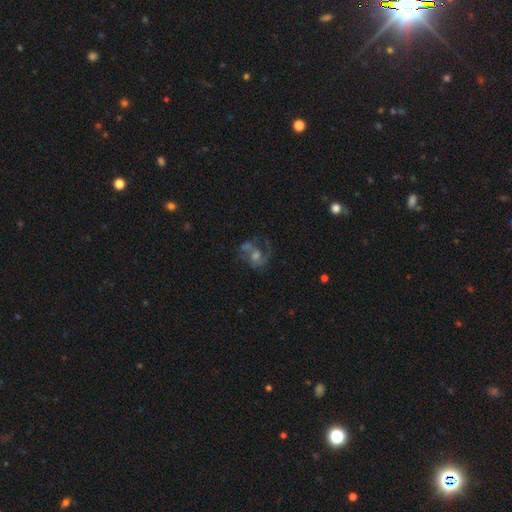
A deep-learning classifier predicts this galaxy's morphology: smooth-or-featured: featured or disk: 65% | smooth: 19% | star or artifact: 15%
  disk-edge-on: no: 97% | yes: 3%
    bar: no: 67% | weak: 28% | strong: 5%
    has-spiral-arms: yes: 76% | no: 24%
    bulge-size: moderate: 50% | small: 29% | large: 10% | none: 9% | dominant: 2%
  merging: none: 43% | major disturbance: 21% | merger: 20% | minor disturbance: 16%